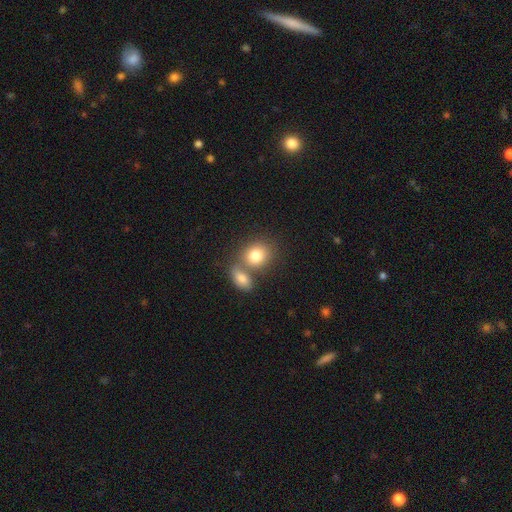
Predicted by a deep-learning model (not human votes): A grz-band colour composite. It shows a smooth galaxy with no disk features (80%) that is round (59%). Merging: merger (45%).